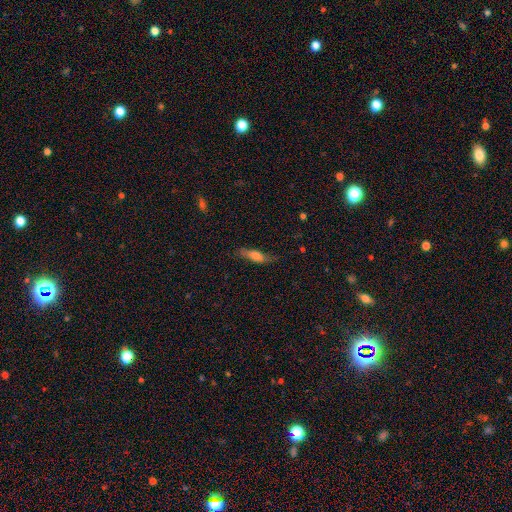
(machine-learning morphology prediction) This appears to be a smooth galaxy with no disk features (60%) that is cigar-shaped (61%). Merging: none (70%).